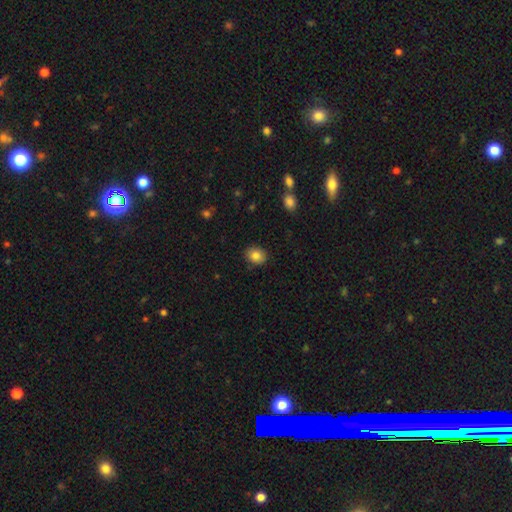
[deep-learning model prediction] A smooth galaxy with no disk features (83%) that is round (50%). Merging: none (88%).